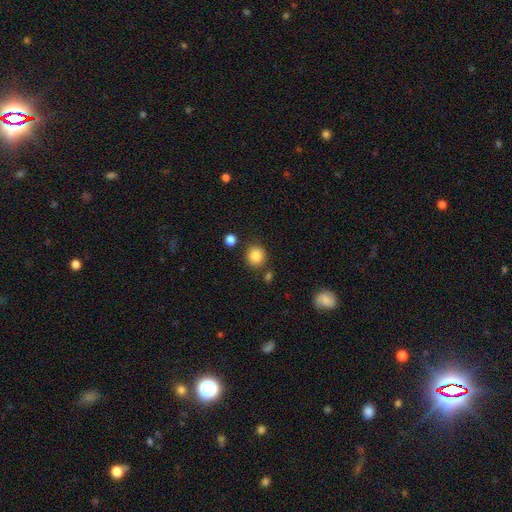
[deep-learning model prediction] Smooth or featured?
  - smooth: 86% *
  - star or artifact: 10%
  - featured or disk: 4%
How rounded?
  - round: 86% *
  - in between: 13%
  - cigar-shaped: 1%
Merging?
  - none: 82% *
  - minor disturbance: 9%
  - merger: 6%
  - major disturbance: 3%